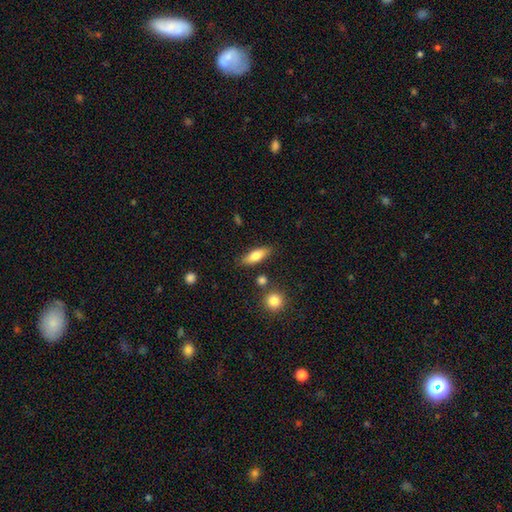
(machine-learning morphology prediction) smooth_or_featured: smooth (p=0.72) [alt: featured or disk p=0.21]
how_rounded: in between (p=0.64) [alt: cigar-shaped p=0.33]
merging: none (p=0.81) [alt: minor disturbance p=0.11]